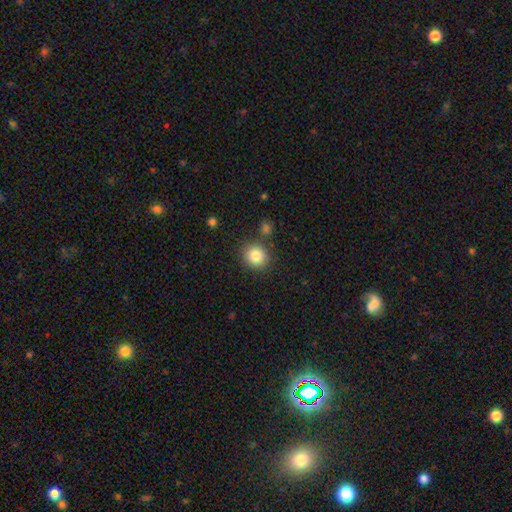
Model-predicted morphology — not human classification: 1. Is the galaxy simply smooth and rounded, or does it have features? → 84% smooth, 10% star or artifact, 6% featured or disk.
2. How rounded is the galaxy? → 85% round, 14% in between, 1% cigar-shaped.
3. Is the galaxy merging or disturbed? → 83% none, 8% minor disturbance, 6% merger, 3% major disturbance.